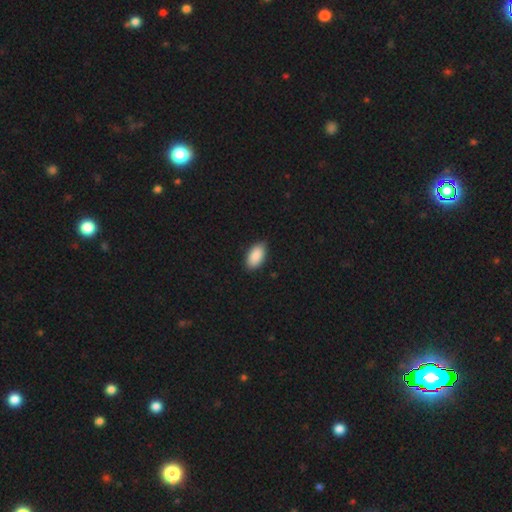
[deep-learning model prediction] A smooth galaxy with no disk features (90%) that is in between round and cigar-shaped (95%). Merging: none (85%).